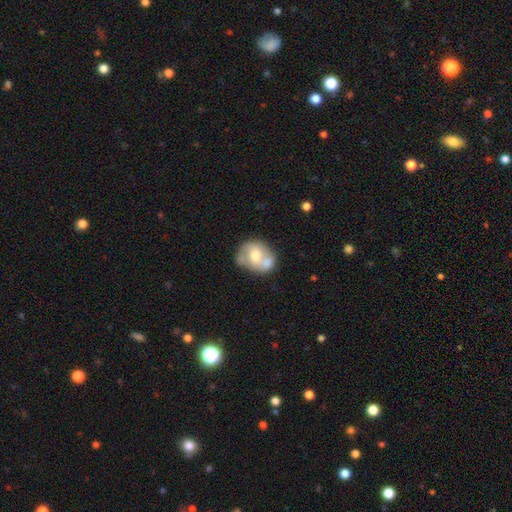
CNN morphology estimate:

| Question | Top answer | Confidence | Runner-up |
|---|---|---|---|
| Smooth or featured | smooth | 48% | featured or disk (45%) |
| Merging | merger | 49% | none (30%) |